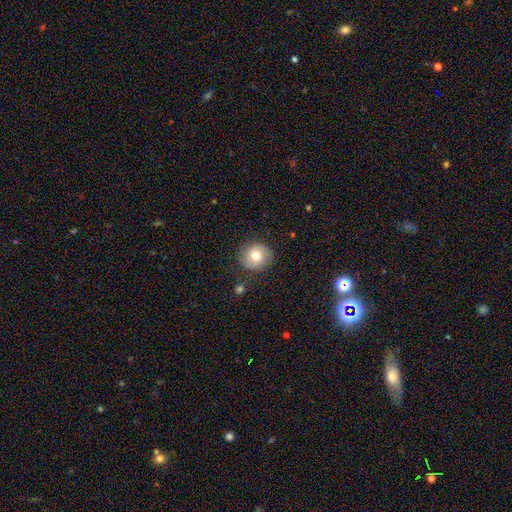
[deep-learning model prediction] This appears to be a smooth galaxy with no disk features (70%) that is round (84%). Merging: none (82%).